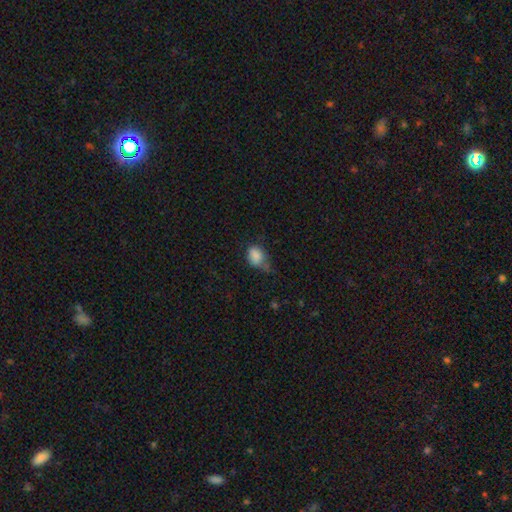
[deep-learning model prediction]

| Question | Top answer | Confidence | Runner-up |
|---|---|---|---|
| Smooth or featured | smooth | 83% | star or artifact (9%) |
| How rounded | in between | 65% | round (34%) |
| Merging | none | 40% | minor disturbance (39%) |